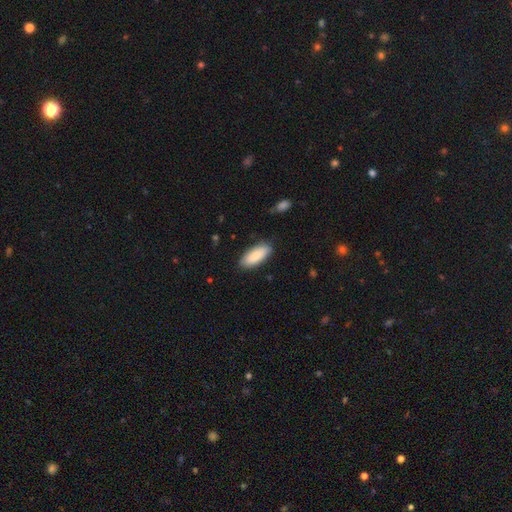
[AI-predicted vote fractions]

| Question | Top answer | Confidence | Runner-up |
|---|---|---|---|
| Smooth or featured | smooth | 87% | featured or disk (8%) |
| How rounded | in between | 82% | cigar-shaped (17%) |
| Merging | none | 85% | minor disturbance (11%) |